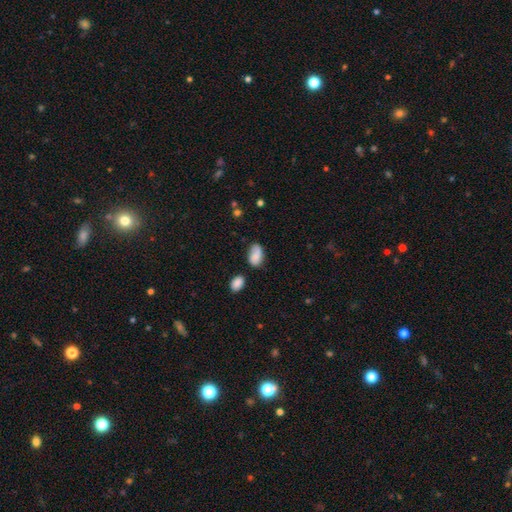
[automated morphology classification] Smooth or featured? smooth (78%)
How rounded? in between (92%)
Merging? none (60%)